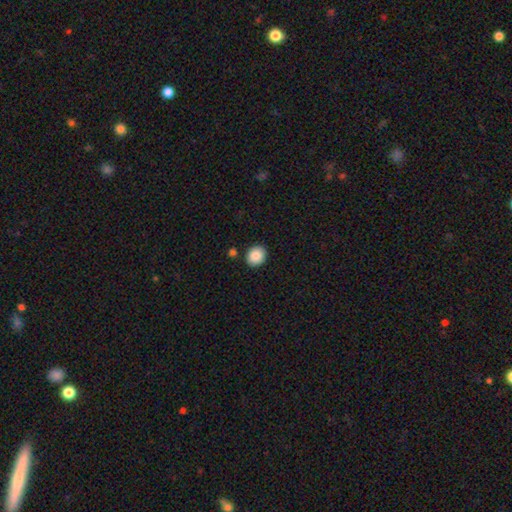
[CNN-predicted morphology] Smooth or featured: smooth — 87% (star or artifact — 8%)
How rounded: round — 69% (in between — 30%)
Merging: none — 87% (minor disturbance — 8%)